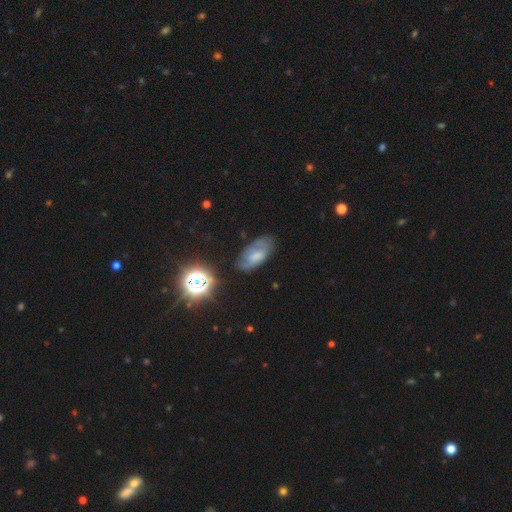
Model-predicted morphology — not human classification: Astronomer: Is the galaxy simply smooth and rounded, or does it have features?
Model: smooth — 47% (runner-up: featured or disk, 41%).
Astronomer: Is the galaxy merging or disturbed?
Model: none — 61%.